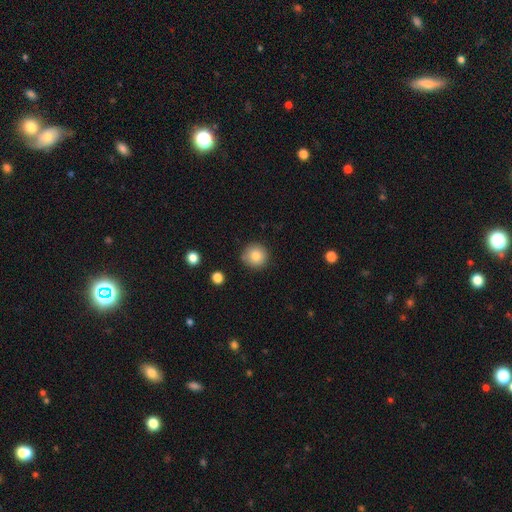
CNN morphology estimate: type=smooth (83%); roundness=round (94%); merging=none (86%).